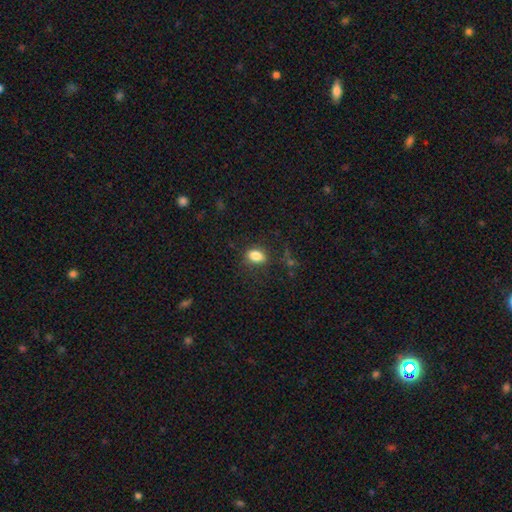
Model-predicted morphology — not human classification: This appears to be a smooth galaxy with no disk features (85%) that is in between round and cigar-shaped (77%). Merging: none (79%).